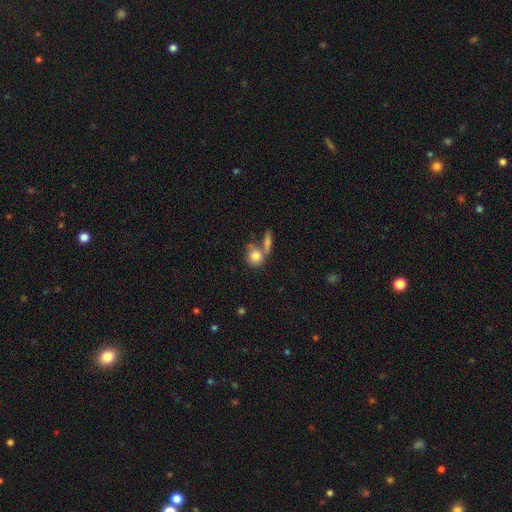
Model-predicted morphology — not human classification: Smooth or featured?
  - smooth: 81% *
  - featured or disk: 11%
  - star or artifact: 8%
How rounded?
  - round: 71% *
  - in between: 26%
  - cigar-shaped: 4%
Merging?
  - none: 46% *
  - merger: 37%
  - minor disturbance: 11%
  - major disturbance: 6%